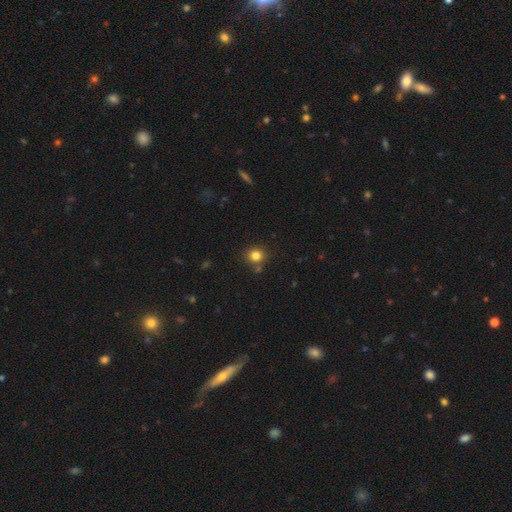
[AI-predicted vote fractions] Smooth or featured? smooth (82%)
How rounded? round (84%)
Merging? none (79%)